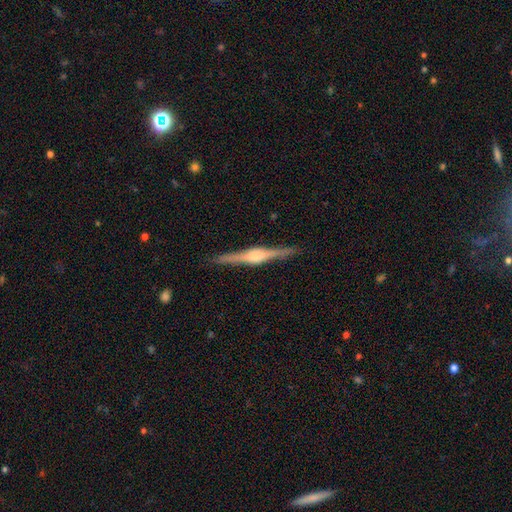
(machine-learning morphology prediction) Smooth or featured? featured or disk (82%)
Edge-on disk? yes (98%)
Edge-on bulge? rounded (76%)
Merging? none (90%)